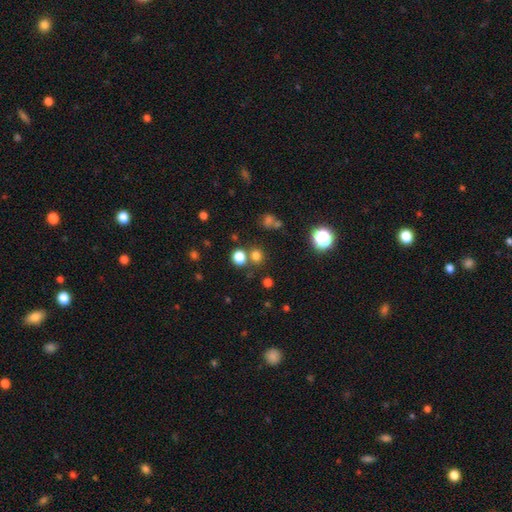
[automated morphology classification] Overall: smooth (73%). How rounded: round (84%). Merging: none (71%).